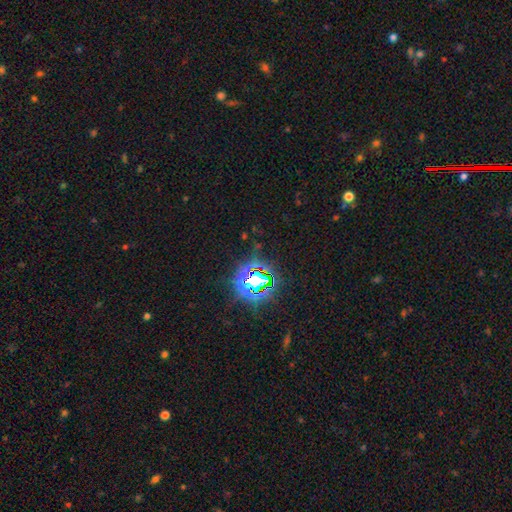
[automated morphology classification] This is clearly a star or artifact rather than a galaxy (81%).